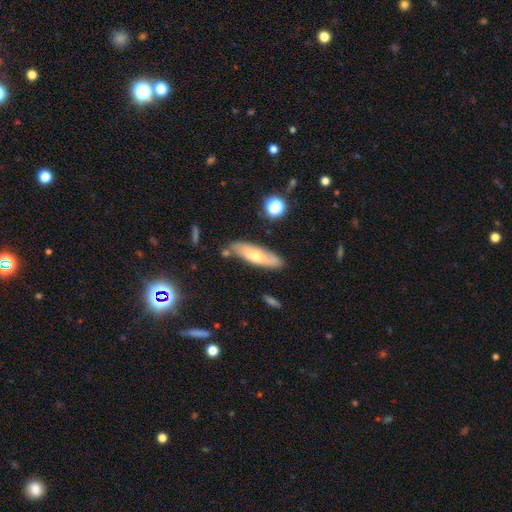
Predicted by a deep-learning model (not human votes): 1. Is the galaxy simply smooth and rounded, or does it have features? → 56% smooth, 36% featured or disk, 7% star or artifact.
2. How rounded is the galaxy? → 59% cigar-shaped, 39% in between, 2% round.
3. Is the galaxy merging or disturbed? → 78% none, 14% minor disturbance, 5% merger, 3% major disturbance.